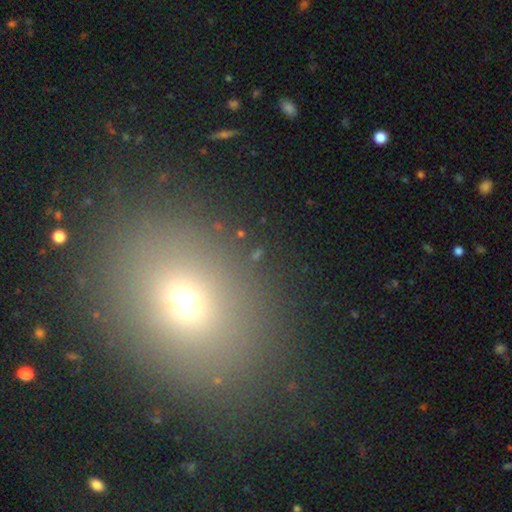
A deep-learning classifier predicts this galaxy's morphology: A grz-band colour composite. It shows a smooth galaxy with no disk features (44%). Merging: none (82%).